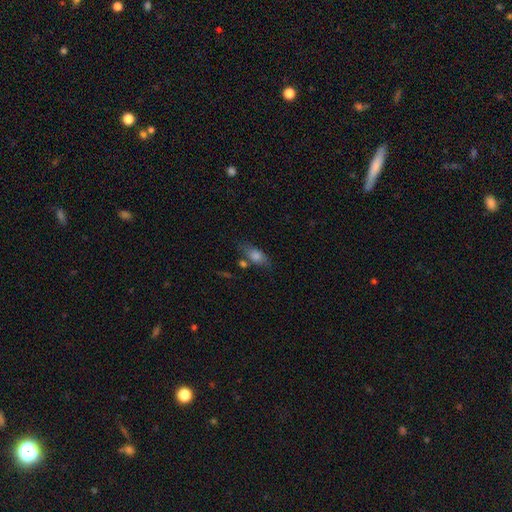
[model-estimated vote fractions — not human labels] Smooth or featured? Predicted: smooth (p=0.71). How rounded? Predicted: in between (p=0.79). Merging? Predicted: none (p=0.64).